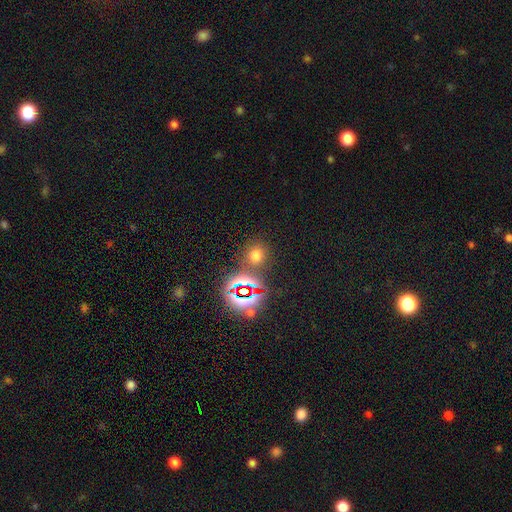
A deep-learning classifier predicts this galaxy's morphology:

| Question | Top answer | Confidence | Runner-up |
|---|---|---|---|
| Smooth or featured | smooth | 61% | star or artifact (32%) |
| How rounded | round | 84% | in between (15%) |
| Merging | none | 78% | merger (9%) |